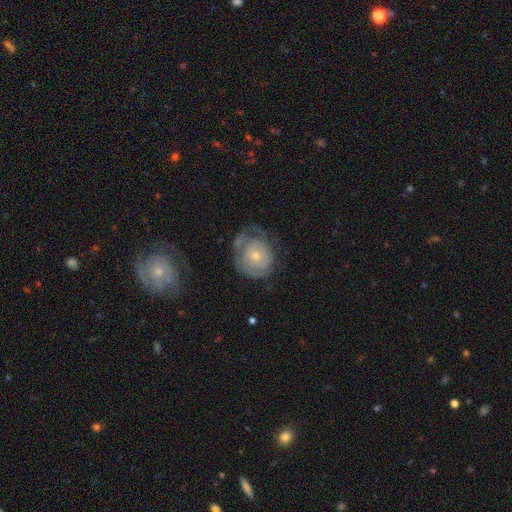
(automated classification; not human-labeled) Overall: featured or disk (50%; smooth 43%). Edge-on disk: no (97%). Merging: none (47%; minor disturbance 29%).